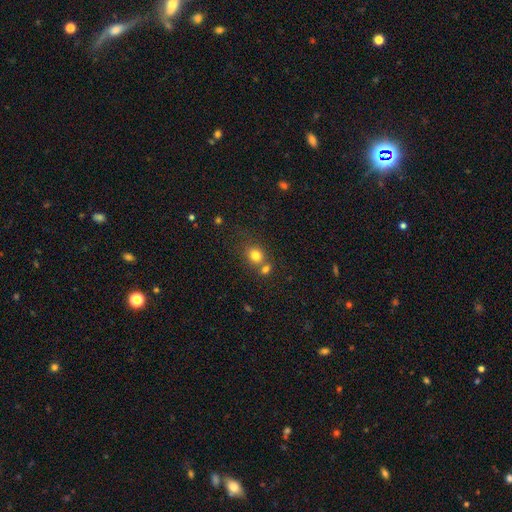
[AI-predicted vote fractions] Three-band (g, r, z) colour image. It shows a smooth galaxy with no disk features (78%) that is round (71%). Merging: none (52%).